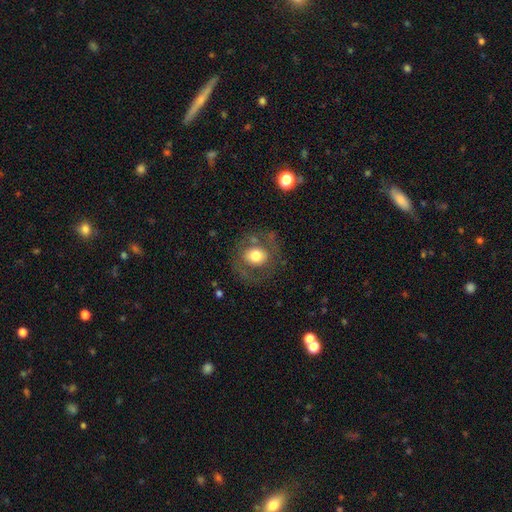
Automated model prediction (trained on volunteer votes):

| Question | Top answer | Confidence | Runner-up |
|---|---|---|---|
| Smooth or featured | smooth | 58% | featured or disk (34%) |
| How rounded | round | 76% | in between (23%) |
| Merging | none | 72% | minor disturbance (15%) |